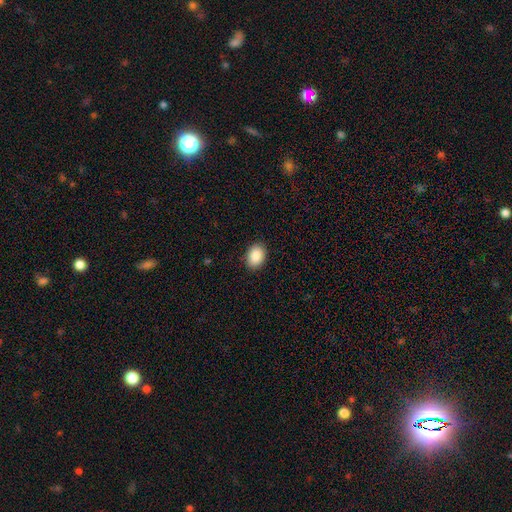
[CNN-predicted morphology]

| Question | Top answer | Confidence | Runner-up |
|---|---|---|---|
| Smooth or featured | smooth | 88% | star or artifact (8%) |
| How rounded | in between | 75% | round (24%) |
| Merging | none | 89% | minor disturbance (8%) |